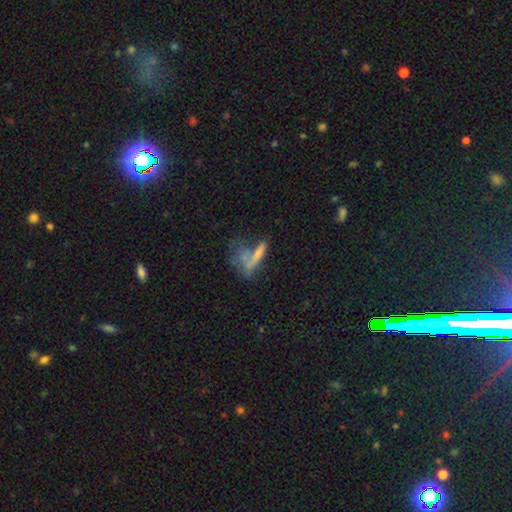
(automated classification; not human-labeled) This appears to be a smooth galaxy with no disk features (53%) that is cigar-shaped (68%). Merging: none (33%).